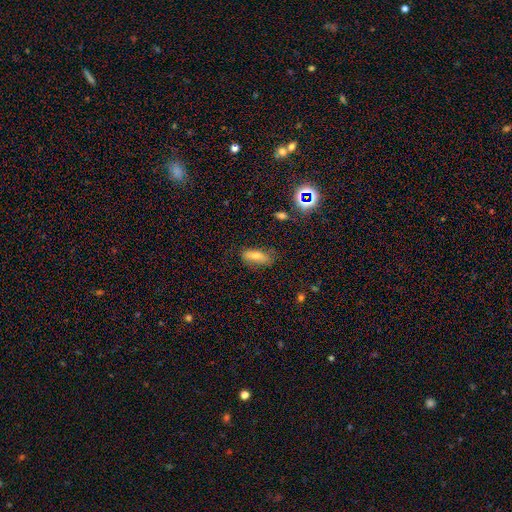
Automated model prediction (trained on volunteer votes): Morphology: type=smooth (60%); roundness=in between (67%); merging=none (72%).